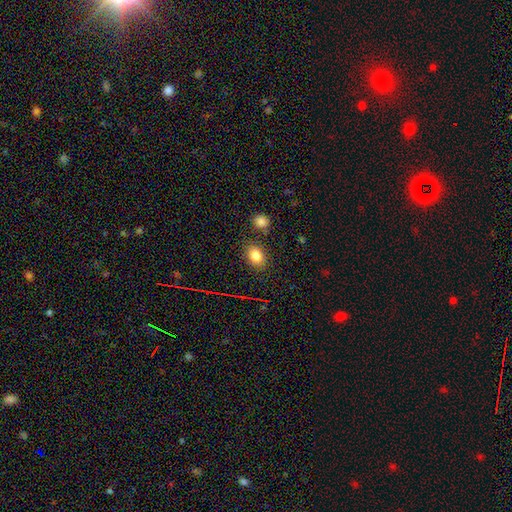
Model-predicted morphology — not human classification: smooth 81%, star or artifact 12%, featured or disk 7%. Down the decision tree: how rounded — in between (65%); merging — none (80%).